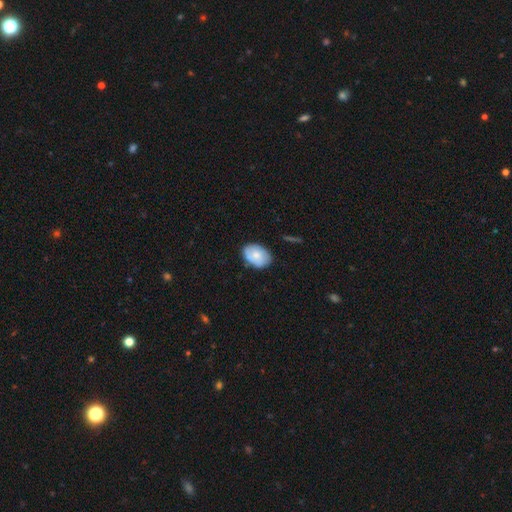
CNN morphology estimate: Q: Smooth or featured?
A: smooth (73%); runner-up: featured or disk (20%)
Q: How rounded?
A: in between (83%); runner-up: round (16%)
Q: Merging?
A: none (79%); runner-up: minor disturbance (16%)